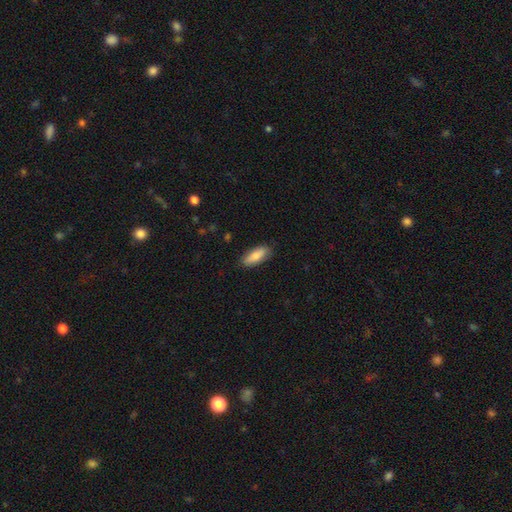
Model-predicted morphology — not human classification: This appears to be a smooth galaxy with no disk features (83%) that is in between round and cigar-shaped (73%). Merging: none (86%).